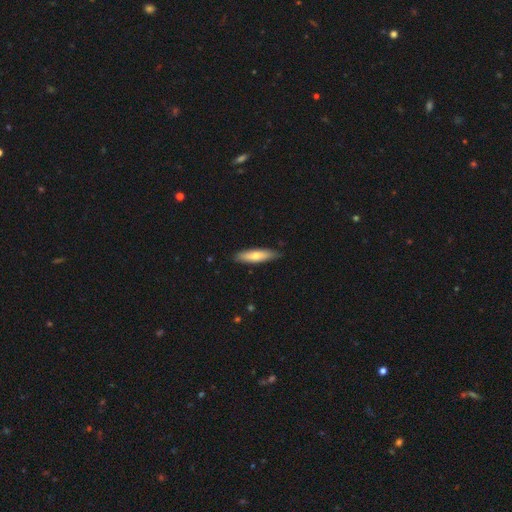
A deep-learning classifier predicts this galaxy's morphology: smooth-or-featured: smooth: 68% | featured or disk: 27% | star or artifact: 6%
  how-rounded: cigar-shaped: 64% | in between: 35% | round: 2%
  merging: none: 85% | minor disturbance: 12% | major disturbance: 2% | merger: 1%